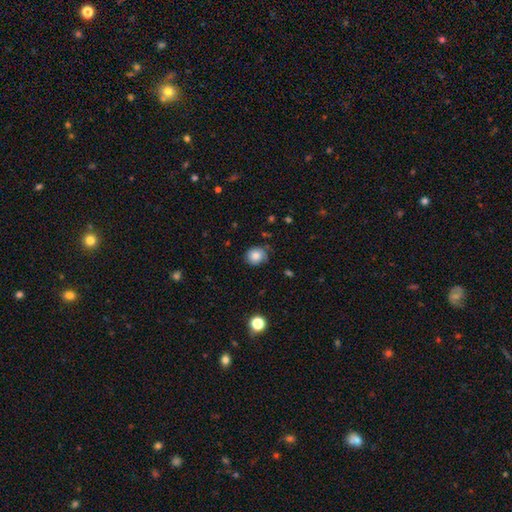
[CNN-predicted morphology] This appears to be a smooth galaxy with no disk features (82%) that is round (78%). Merging: none (74%).